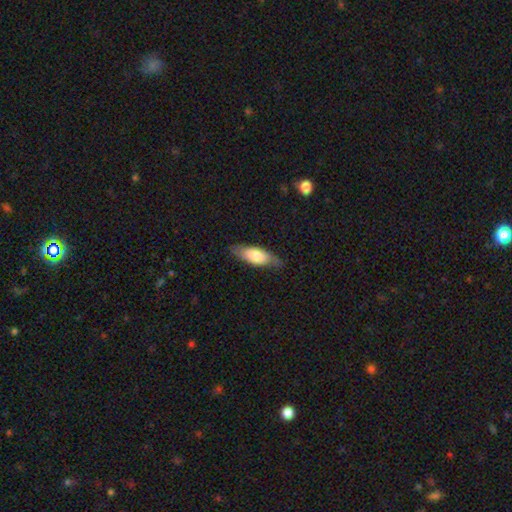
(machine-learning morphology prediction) This is likely a smooth galaxy (68%). How rounded: likely in between (71%). Merging: likely none (76%).